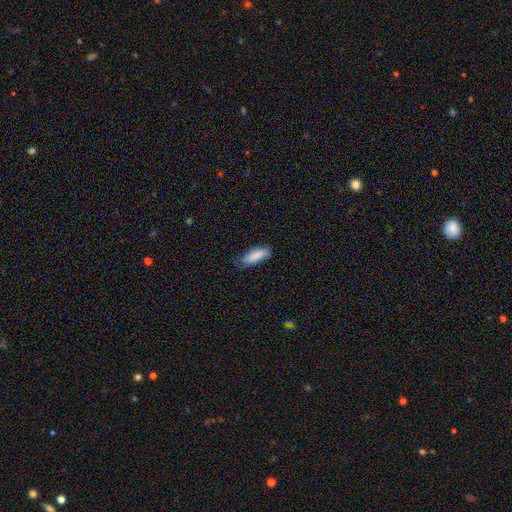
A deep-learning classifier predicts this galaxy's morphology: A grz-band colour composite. It shows a smooth galaxy with no disk features (87%) that is in between round and cigar-shaped (71%). Merging: none (66%).